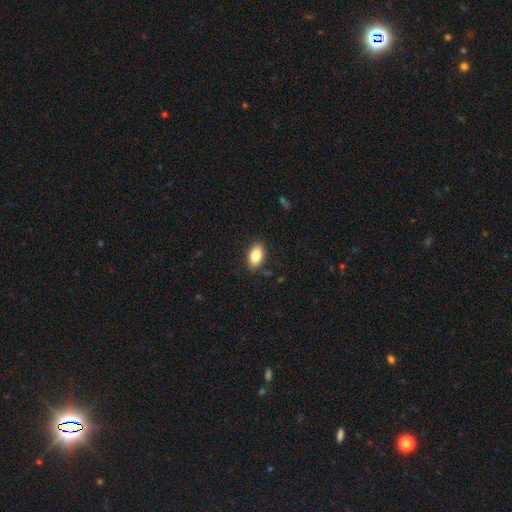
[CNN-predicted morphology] smooth_or_featured: smooth (p=0.83) [alt: featured or disk p=0.10]
how_rounded: in between (p=0.92) [alt: round p=0.06]
merging: none (p=0.86) [alt: minor disturbance p=0.11]